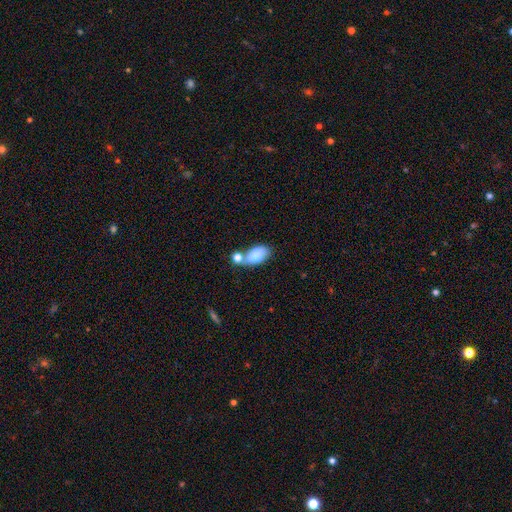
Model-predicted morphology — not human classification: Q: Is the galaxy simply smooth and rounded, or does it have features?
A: smooth — 77%.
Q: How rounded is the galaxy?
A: in between — 90%.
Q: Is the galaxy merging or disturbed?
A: none — 40%.